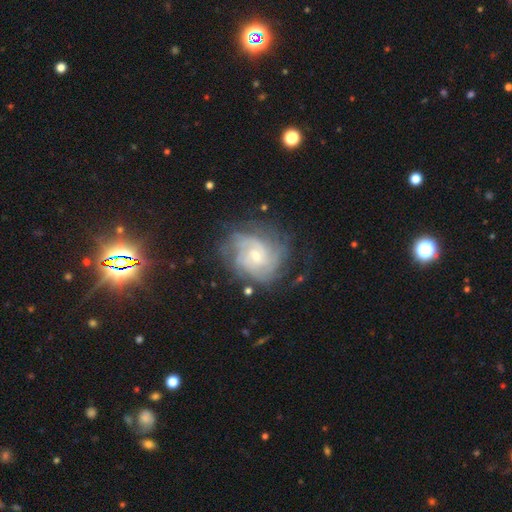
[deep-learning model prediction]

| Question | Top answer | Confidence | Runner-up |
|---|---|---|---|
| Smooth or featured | featured or disk | 81% | smooth (12%) |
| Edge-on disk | no | 97% | yes (3%) |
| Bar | no | 56% | weak (39%) |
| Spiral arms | yes | 93% | no (7%) |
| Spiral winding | tight | 60% | medium (31%) |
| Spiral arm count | can't tell | 42% | 4 (19%) |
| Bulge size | small | 63% | moderate (32%) |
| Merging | none | 67% | minor disturbance (19%) |